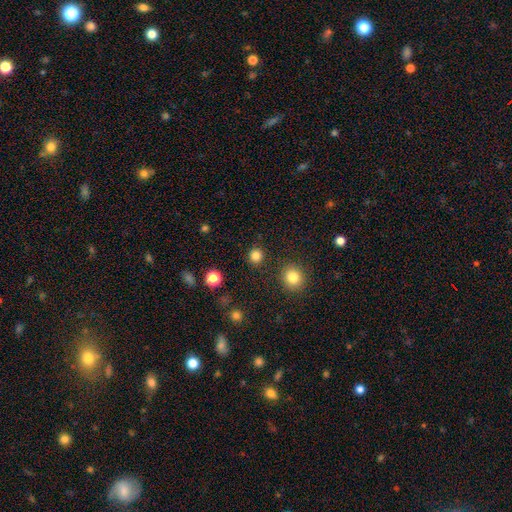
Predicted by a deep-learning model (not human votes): Morphology: type=smooth (83%); roundness=round (91%); merging=none (90%).